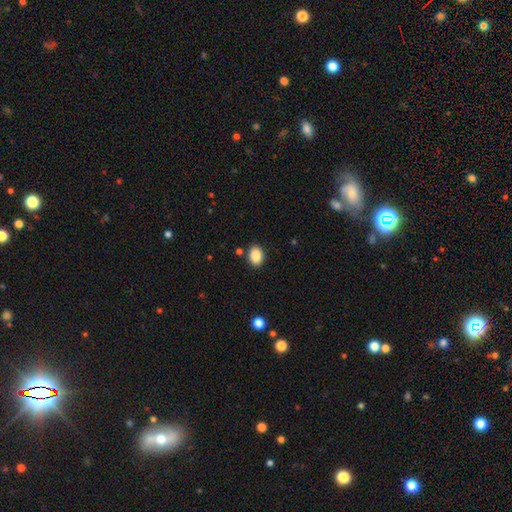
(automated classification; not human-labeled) smooth-or-featured: smooth: 88% | star or artifact: 8% | featured or disk: 4%
  how-rounded: in between: 70% | round: 29% | cigar-shaped: 1%
  merging: none: 86% | minor disturbance: 9% | merger: 2% | major disturbance: 2%